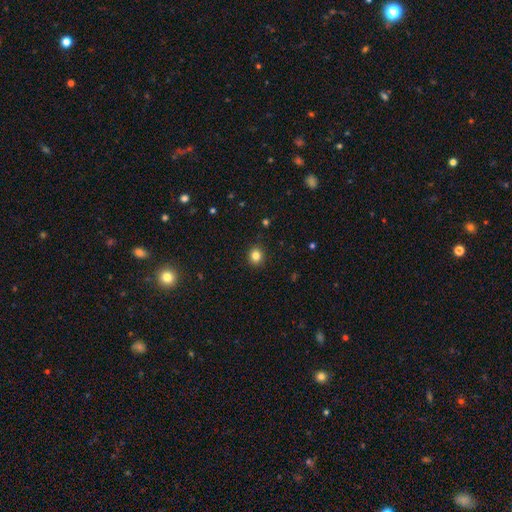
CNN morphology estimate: Q: Smooth or featured?
A: smooth (83%); runner-up: star or artifact (12%)
Q: How rounded?
A: round (83%); runner-up: in between (16%)
Q: Merging?
A: none (91%); runner-up: minor disturbance (6%)